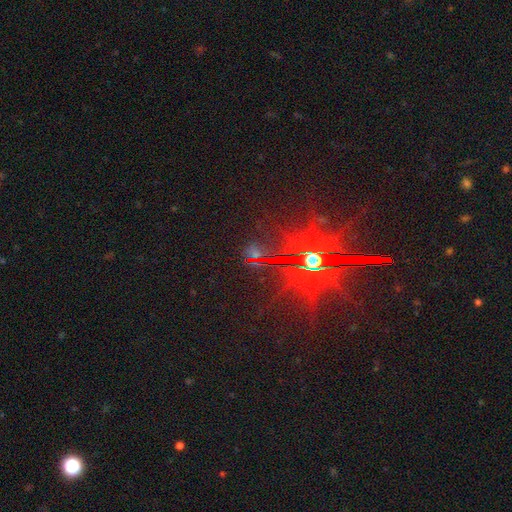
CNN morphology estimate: Smooth or featured? Predicted: star or artifact (p=0.81).